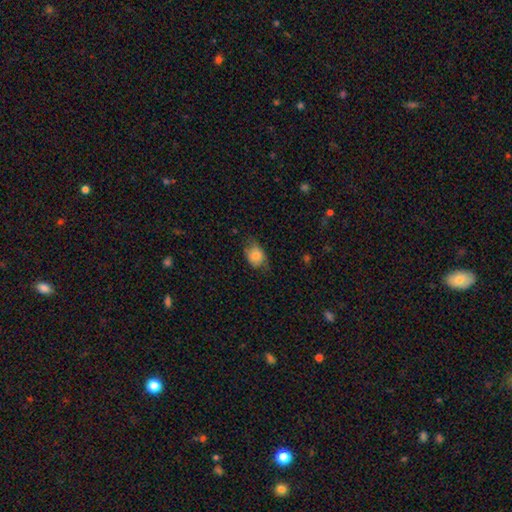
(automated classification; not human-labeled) A smooth galaxy with no disk features (79%) that is in between round and cigar-shaped (65%). Merging: none (57%).